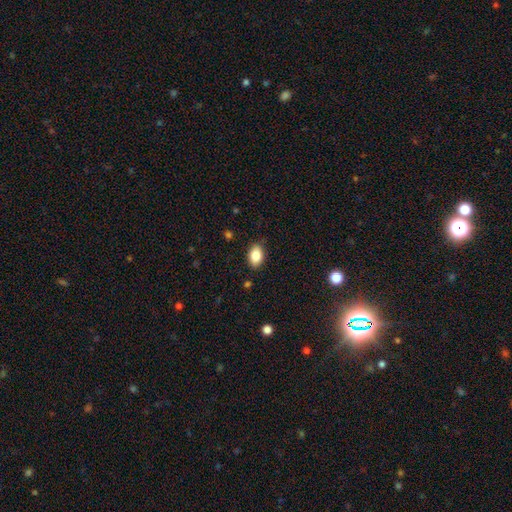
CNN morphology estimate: A smooth galaxy with no disk features (85%) that is in between round and cigar-shaped (89%).

Vote fractions:
- Smooth or featured? smooth: 85% / star or artifact: 8% / featured or disk: 7%
- How rounded? in between: 89% / round: 9% / cigar-shaped: 1%
- Merging? none: 86% / minor disturbance: 11% / major disturbance: 2% / merger: 1%